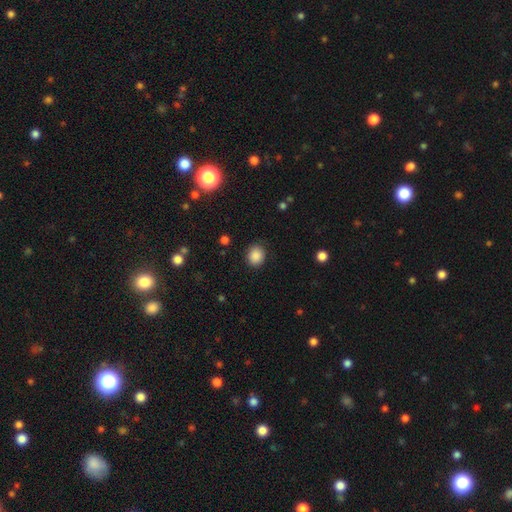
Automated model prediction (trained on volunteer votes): Q: Smooth or featured?
A: smooth (88%); runner-up: star or artifact (9%)
Q: How rounded?
A: round (67%); runner-up: in between (32%)
Q: Merging?
A: none (87%); runner-up: minor disturbance (9%)